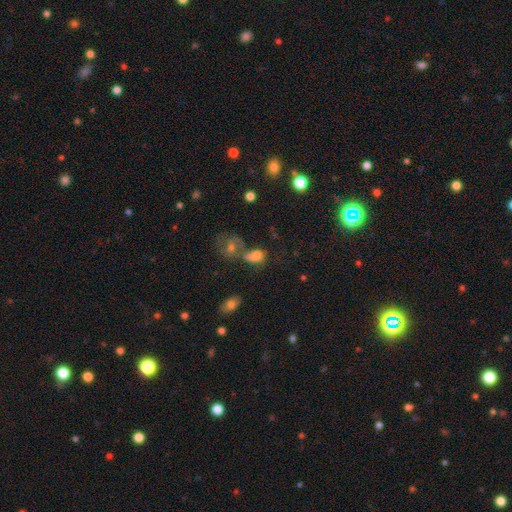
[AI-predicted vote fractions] This appears to be a smooth galaxy with no disk features (68%) that is in between round and cigar-shaped (68%). Merging: merger (42%).